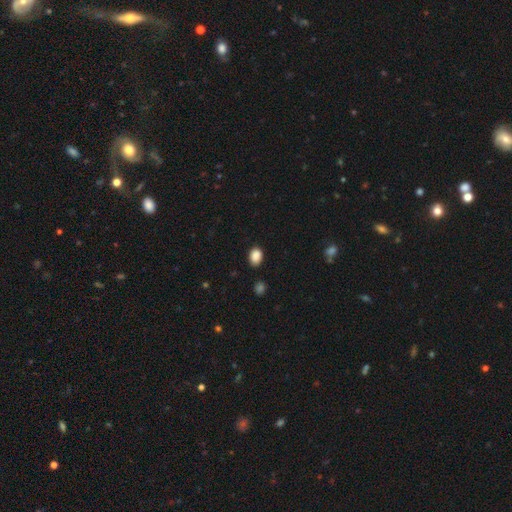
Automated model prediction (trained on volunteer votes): This appears to be a smooth galaxy with no disk features (88%) that is in between round and cigar-shaped (76%). Merging: none (82%).